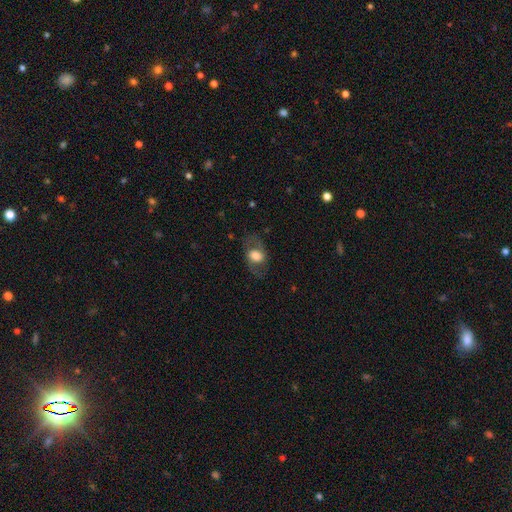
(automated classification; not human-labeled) A smooth galaxy with no disk features (51%) that is in between round and cigar-shaped (71%). Merging: none (73%).